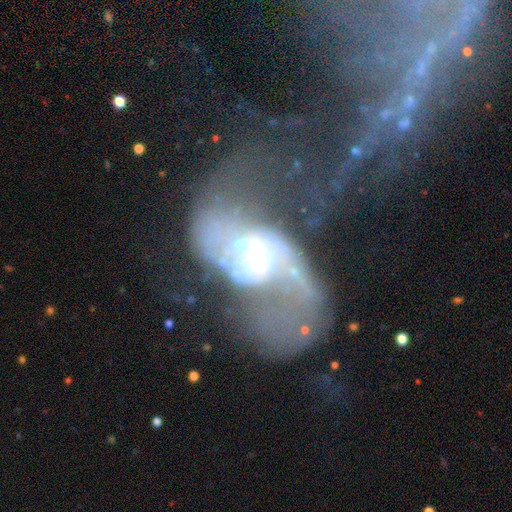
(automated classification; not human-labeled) Overall: featured or disk (79%). Edge-on disk: no (96%). Bar: weak (45%; no 36%). Spiral arms: yes (79%). Spiral arm count: 2 (76%). Spiral winding: loose (65%; medium 27%). Bulge size: small (48%; moderate 40%). Merging: major disturbance (47%; merger 22%).